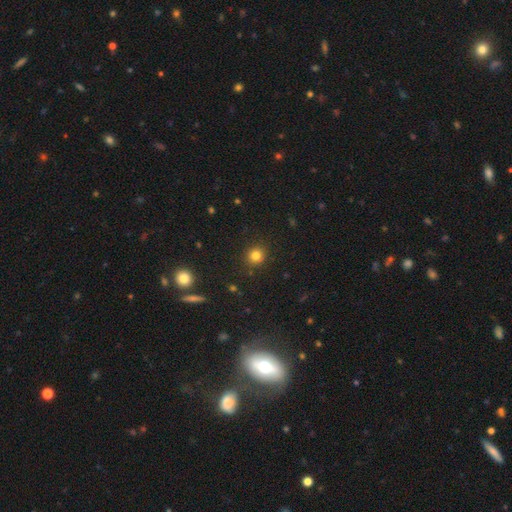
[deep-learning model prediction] Overall: smooth (81%). How rounded: round (90%). Merging: none (90%).